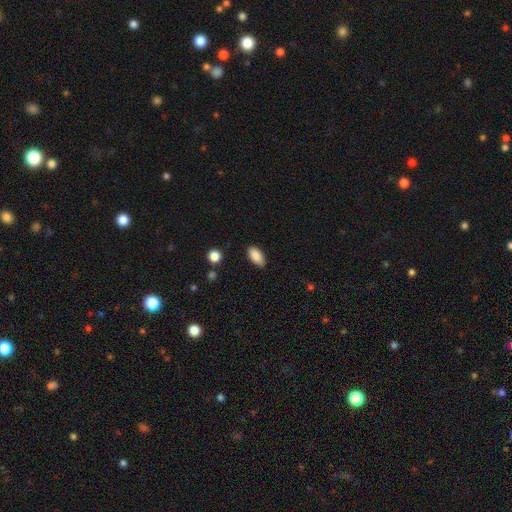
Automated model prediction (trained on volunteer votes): smooth-or-featured: smooth: 88% | star or artifact: 7% | featured or disk: 5%
  how-rounded: in between: 92% | cigar-shaped: 5% | round: 3%
  merging: none: 85% | minor disturbance: 12% | major disturbance: 2% | merger: 1%